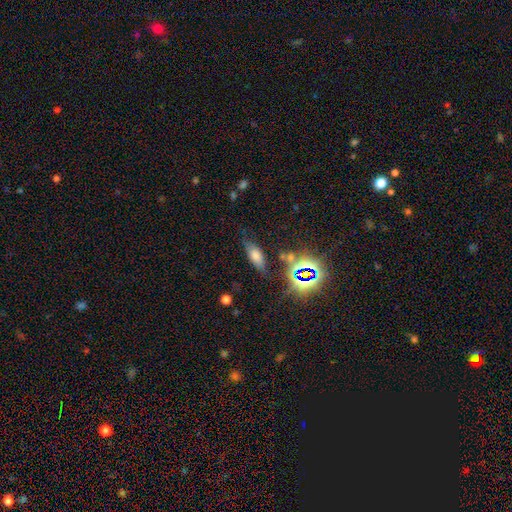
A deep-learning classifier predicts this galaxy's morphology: The model was most divided on "smooth or featured": smooth: 55%, star or artifact: 27%, featured or disk: 18%. More confident: merging — none (71%); how rounded — in between (67%).